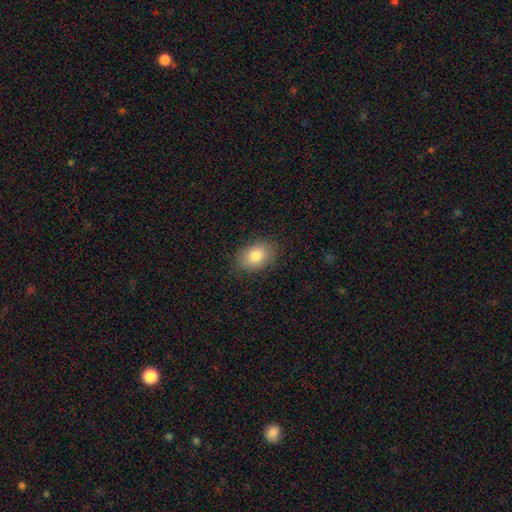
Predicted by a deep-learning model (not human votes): Smooth or featured: smooth — 82% (featured or disk — 9%)
How rounded: in between — 77% (round — 22%)
Merging: none — 84% (minor disturbance — 12%)